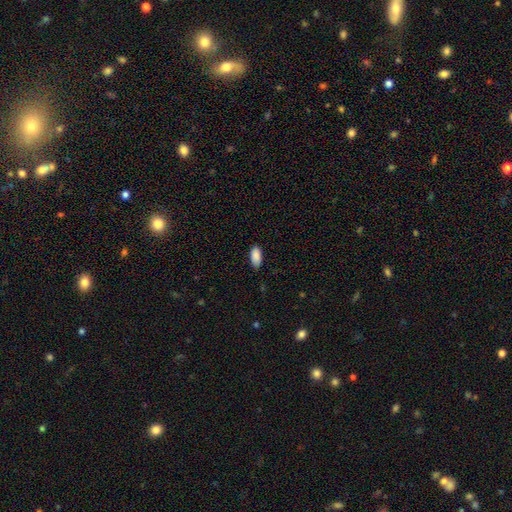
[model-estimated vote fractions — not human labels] smooth-or-featured: smooth: 89% | star or artifact: 7% | featured or disk: 4%
  how-rounded: in between: 91% | cigar-shaped: 7% | round: 2%
  merging: none: 79% | minor disturbance: 17% | major disturbance: 3% | merger: 1%